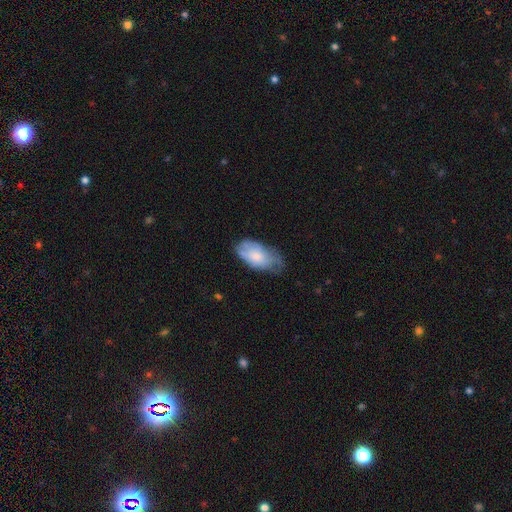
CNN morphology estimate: type=smooth (62%); roundness=in between (93%); merging=none (42%).